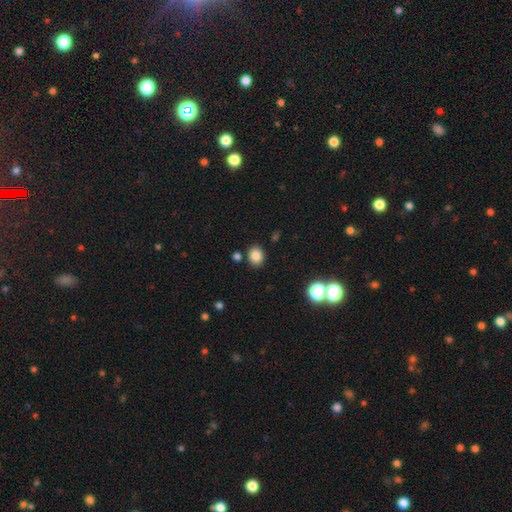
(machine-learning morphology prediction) This is clearly a smooth galaxy (83%). How rounded: possibly round (60%). Merging: clearly none (84%).